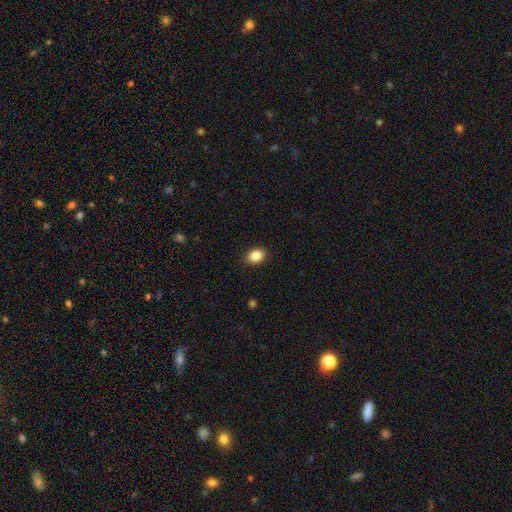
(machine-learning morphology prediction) Smooth or featured? Predicted: smooth (p=0.87). How rounded? Predicted: in between (p=0.65). Merging? Predicted: none (p=0.89).